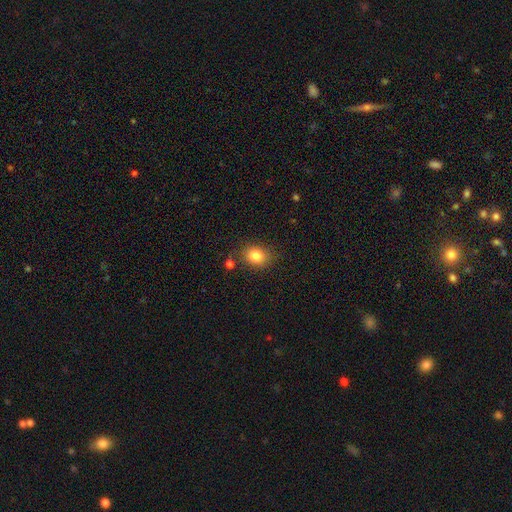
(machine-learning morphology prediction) This is clearly a smooth galaxy (83%). How rounded: possibly in between (50%). Merging: likely none (77%).